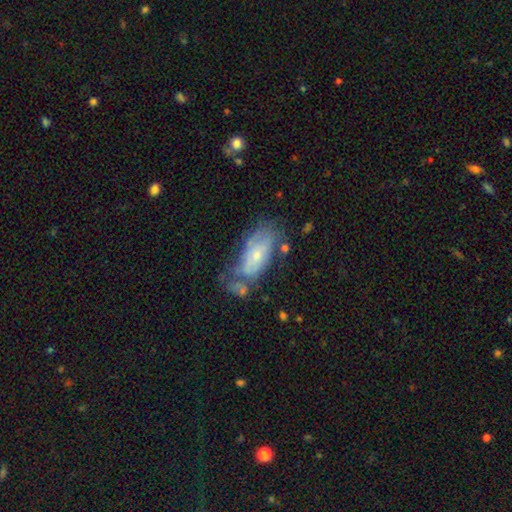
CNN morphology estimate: Overall: smooth (48%; featured or disk 45%). Merging: none (42%; minor disturbance 28%).